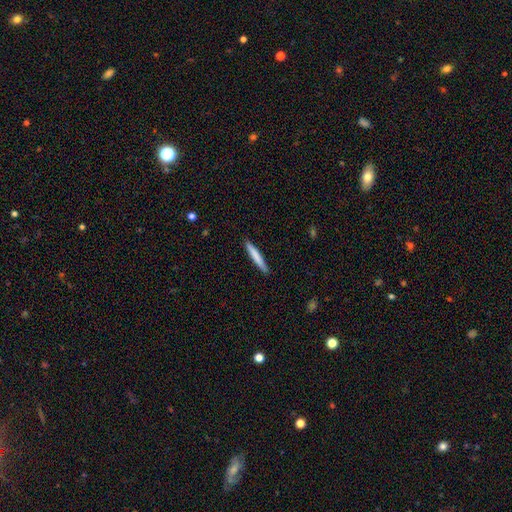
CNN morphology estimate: type=smooth (75%); roundness=cigar-shaped (95%); merging=none (90%).